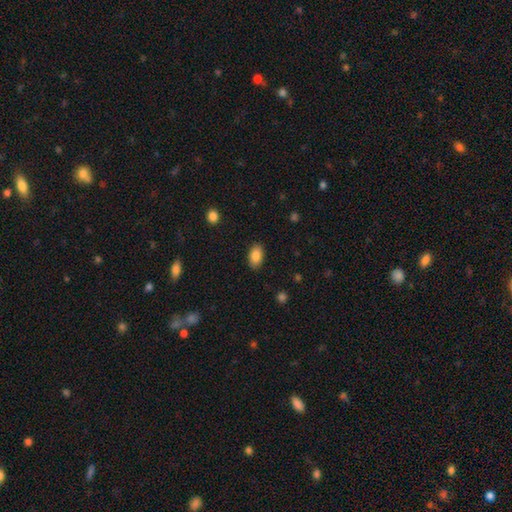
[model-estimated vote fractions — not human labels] Smooth or featured: smooth — 86% (star or artifact — 7%)
How rounded: in between — 92% (round — 7%)
Merging: none — 88% (minor disturbance — 9%)